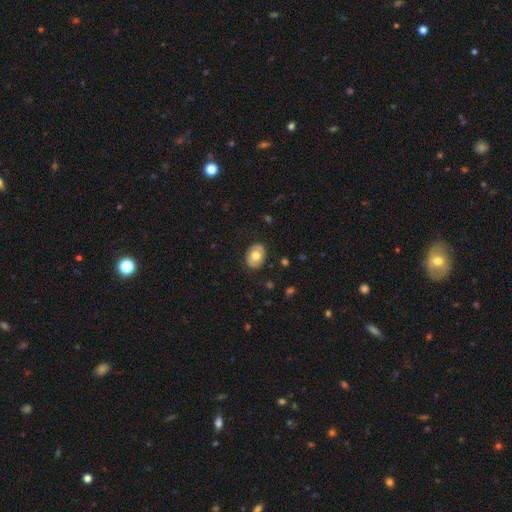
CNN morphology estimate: Smooth or featured? Predicted: smooth (p=0.65). How rounded? Predicted: in between (p=0.65). Merging? Predicted: none (p=0.85).